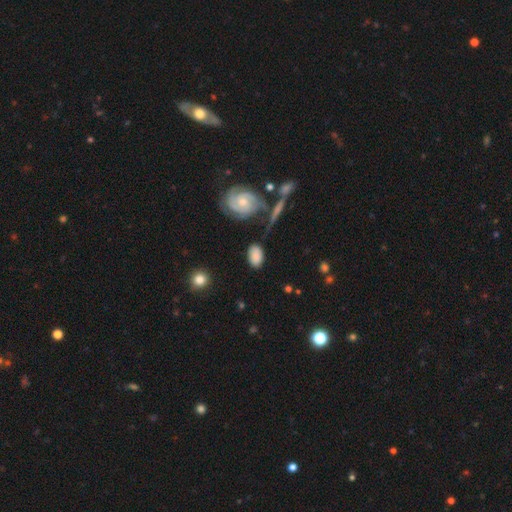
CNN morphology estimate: Smooth or featured?
  - smooth: 70% *
  - featured or disk: 22%
  - star or artifact: 8%
How rounded?
  - in between: 87% *
  - round: 10%
  - cigar-shaped: 2%
Merging?
  - none: 70% *
  - minor disturbance: 18%
  - major disturbance: 7%
  - merger: 5%